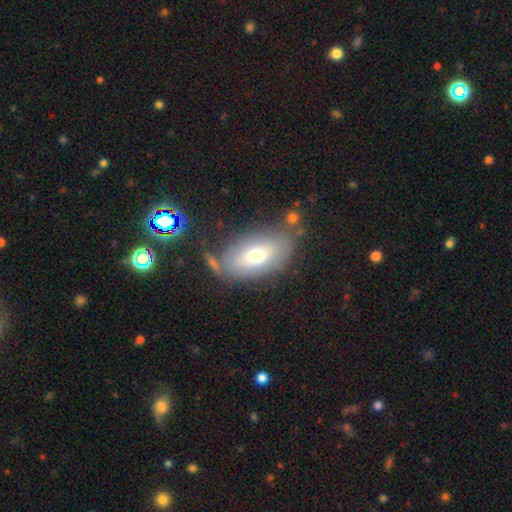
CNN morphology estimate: This appears to be a smooth galaxy with no disk features (63%) that is in between round and cigar-shaped (89%). Merging: none (68%).